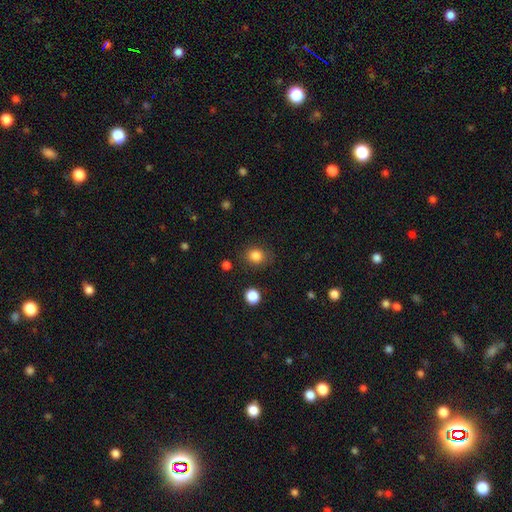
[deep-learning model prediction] Overall: smooth (84%). How rounded: round (71%). Merging: none (83%).